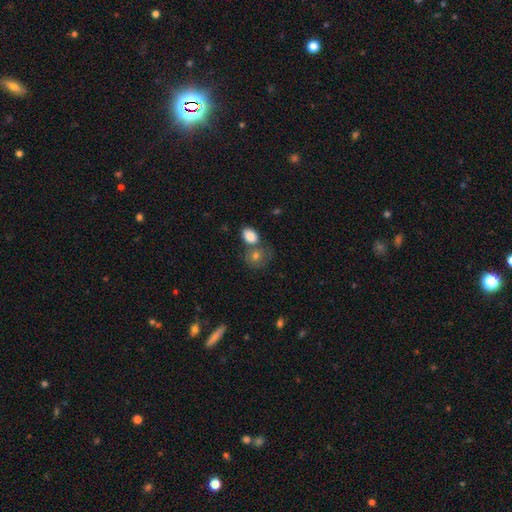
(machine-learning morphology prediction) This appears to be a smooth galaxy with no disk features (77%) that is round (54%). Merging: none (46%).